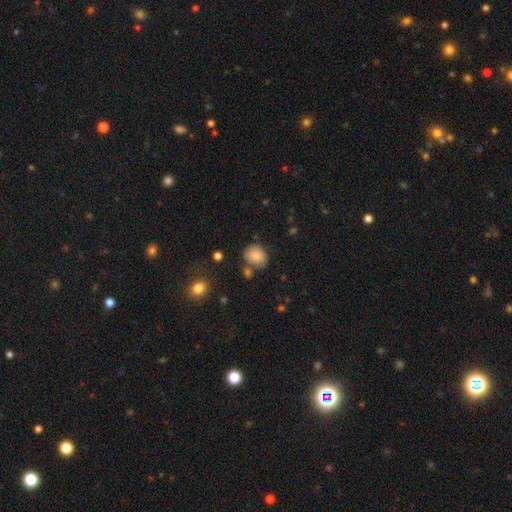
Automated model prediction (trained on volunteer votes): smooth 81%, featured or disk 11%, star or artifact 8%. Down the decision tree: how rounded — round (68%); merging — none (68%).